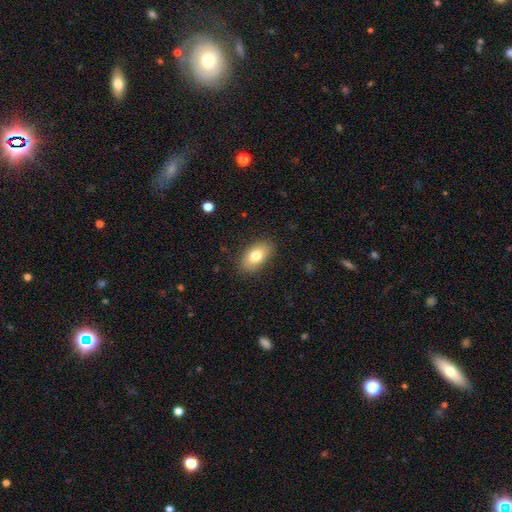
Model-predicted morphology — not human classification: Smooth or featured? smooth (78%)
How rounded? in between (91%)
Merging? none (85%)